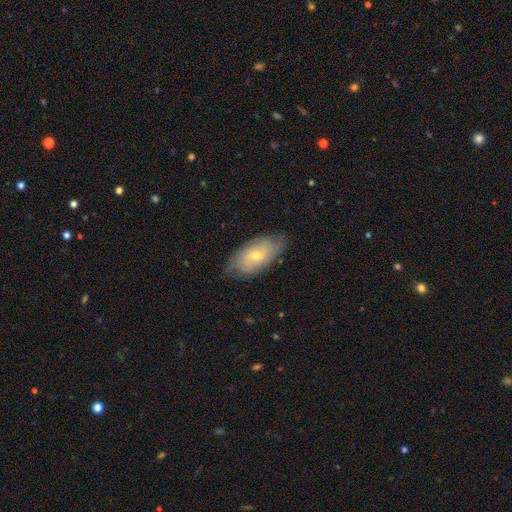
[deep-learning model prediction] Morphology: type=featured or disk (54%); edge-on=no (88%); merging=none (75%).